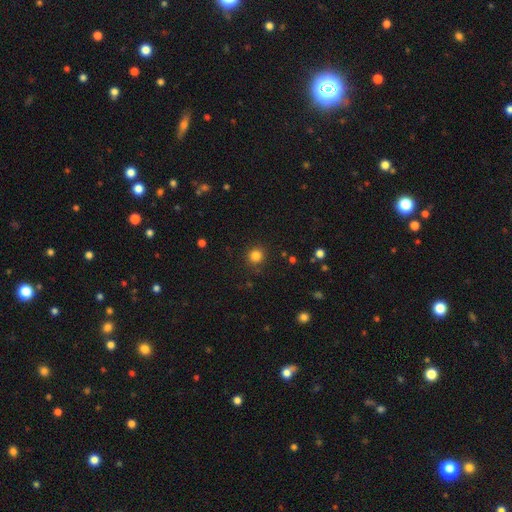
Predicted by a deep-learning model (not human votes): Overall: smooth (83%). How rounded: round (93%). Merging: none (89%).